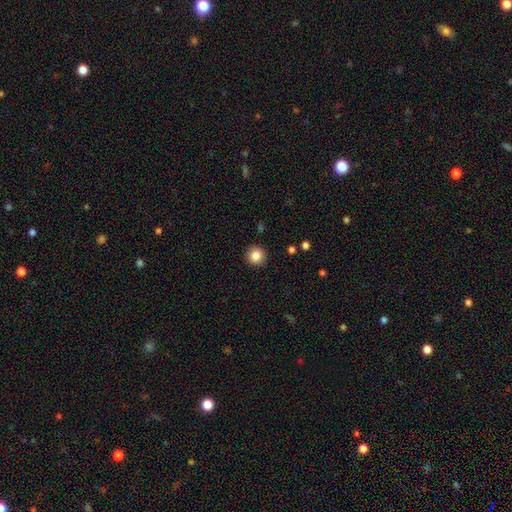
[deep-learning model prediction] The model was most divided on "smooth or featured": smooth: 85%, star or artifact: 10%, featured or disk: 5%. More confident: how rounded — round (94%); merging — none (92%).